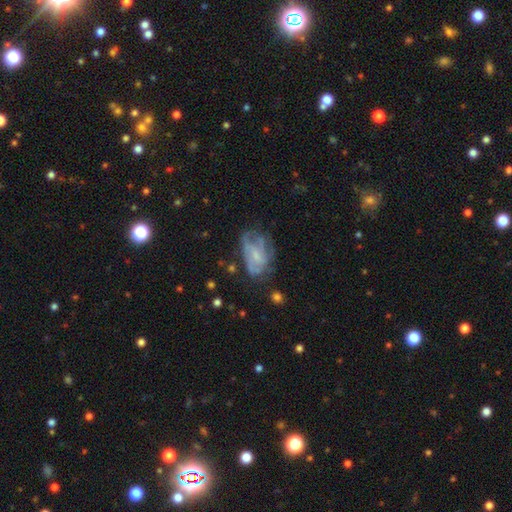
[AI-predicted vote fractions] A featured or disk galaxy (64%) with no bar (62%), spiral arms (66%) and a small central bulge (50%).

Vote fractions:
- Smooth or featured? featured or disk: 64% / smooth: 26% / star or artifact: 10%
- Edge-on disk? no: 97% / yes: 3%
- Bar? no: 62% / weak: 32% / strong: 6%
- Spiral arms? yes: 66% / no: 34%
- Bulge size? small: 50% / none: 25% / moderate: 22% / large: 2% / dominant: 1%
- Merging? none: 47% / minor disturbance: 25% / major disturbance: 24% / merger: 3%